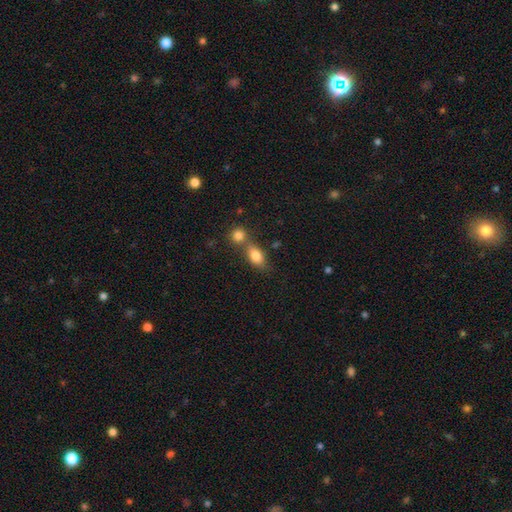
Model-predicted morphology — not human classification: smooth_or_featured: smooth (p=0.81) [alt: featured or disk p=0.11]
how_rounded: in between (p=0.79) [alt: round p=0.13]
merging: none (p=0.43) [alt: merger p=0.42]